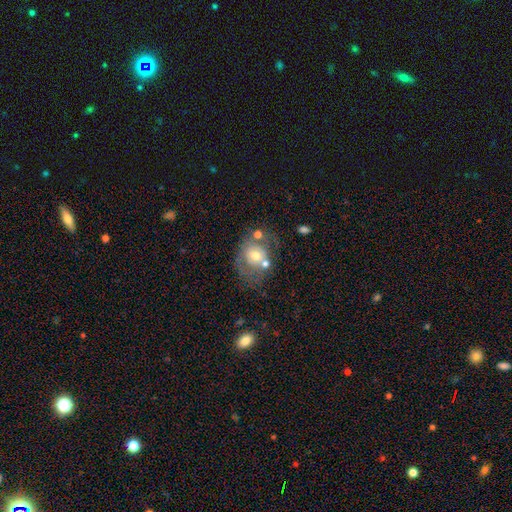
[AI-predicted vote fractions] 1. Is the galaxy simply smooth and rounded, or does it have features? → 47% smooth, 43% featured or disk, 9% star or artifact.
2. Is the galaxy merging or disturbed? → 47% none, 19% minor disturbance, 19% merger, 15% major disturbance.